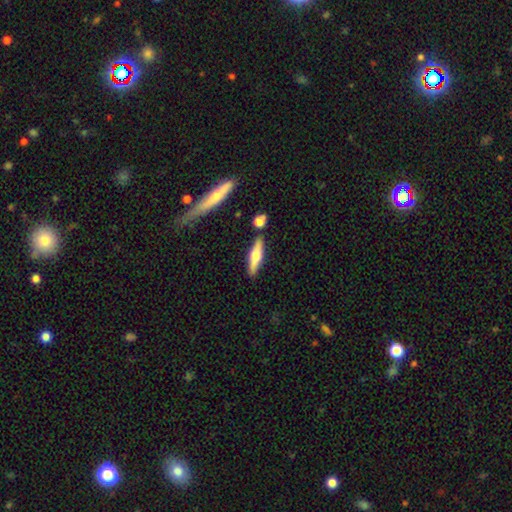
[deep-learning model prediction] The model was most divided on "smooth or featured": featured or disk: 50%, smooth: 44%, star or artifact: 6%. More confident: edge-on disk — yes (93%); merging — none (83%).